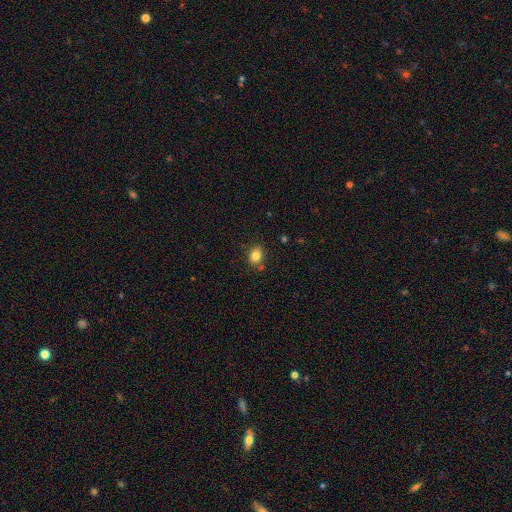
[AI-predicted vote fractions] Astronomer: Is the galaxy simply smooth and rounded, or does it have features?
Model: smooth — 83%.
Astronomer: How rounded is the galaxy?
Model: in between — 60% (runner-up: round, 39%).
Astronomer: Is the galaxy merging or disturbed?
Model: none — 82%.